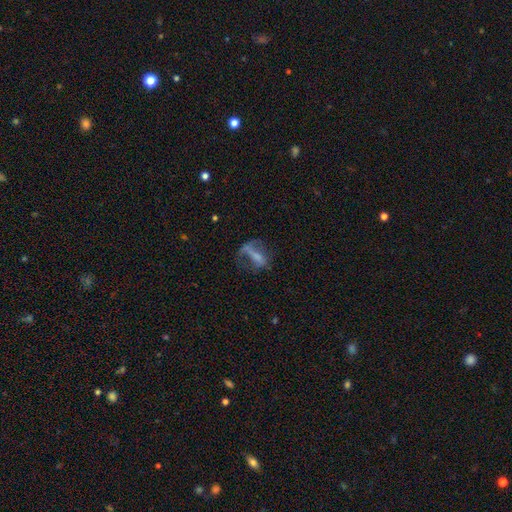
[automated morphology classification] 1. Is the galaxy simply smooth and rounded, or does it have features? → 50% featured or disk, 37% smooth, 13% star or artifact.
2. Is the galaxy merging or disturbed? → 44% major disturbance, 32% none, 19% minor disturbance, 5% merger.